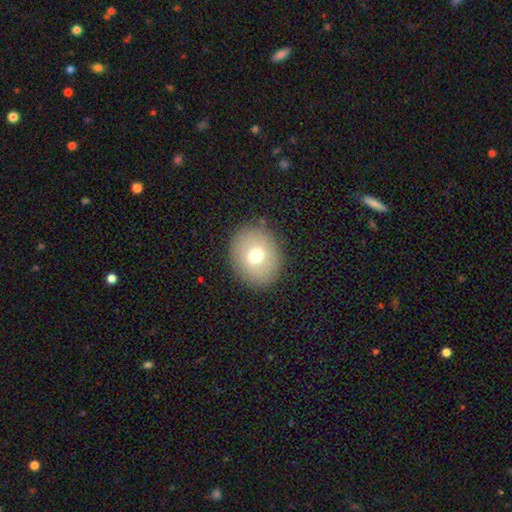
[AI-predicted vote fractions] smooth-or-featured: smooth: 71% | featured or disk: 18% | star or artifact: 11%
  how-rounded: round: 65% | in between: 34% | cigar-shaped: 1%
  merging: none: 87% | minor disturbance: 8% | major disturbance: 4% | merger: 1%